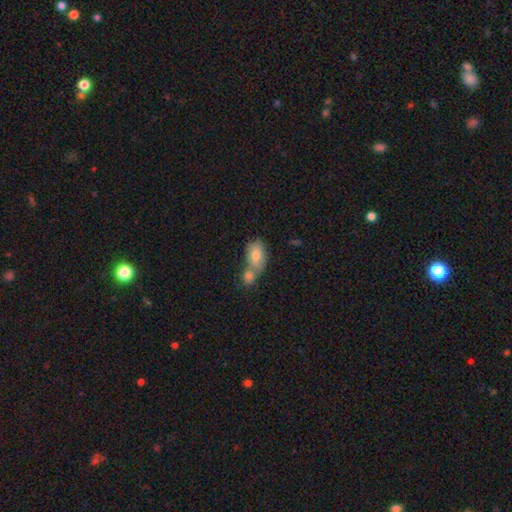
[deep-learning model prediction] smooth-or-featured: smooth: 74% | featured or disk: 19% | star or artifact: 7%
  how-rounded: in between: 86% | round: 12% | cigar-shaped: 2%
  merging: merger: 54% | none: 32% | minor disturbance: 10% | major disturbance: 4%